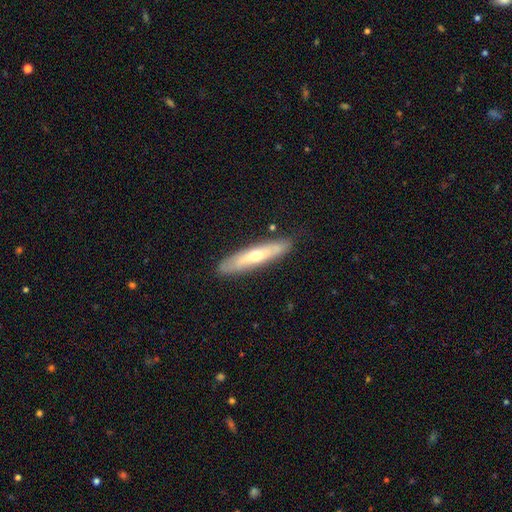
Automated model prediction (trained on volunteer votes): This appears to be a featured or disk galaxy (50%). Merging: none (86%).